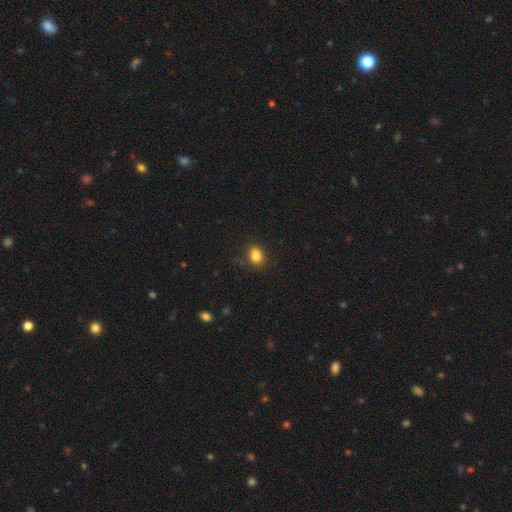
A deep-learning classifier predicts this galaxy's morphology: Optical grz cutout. It shows a smooth galaxy with no disk features (85%) that is in between round and cigar-shaped (73%). Merging: none (81%).